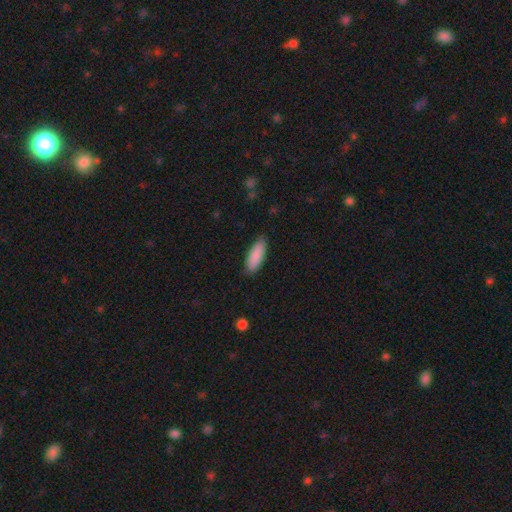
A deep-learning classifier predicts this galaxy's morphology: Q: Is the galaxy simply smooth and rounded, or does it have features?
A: smooth — 90%.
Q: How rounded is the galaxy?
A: in between — 66%.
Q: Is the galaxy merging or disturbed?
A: none — 86%.